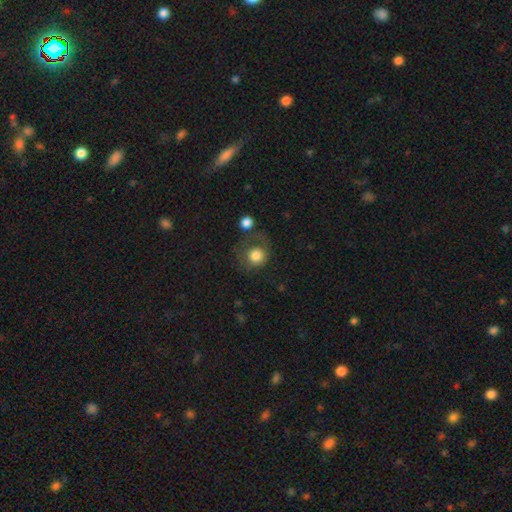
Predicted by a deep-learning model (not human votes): Smooth or featured? smooth (80%)
How rounded? round (85%)
Merging? none (49%)